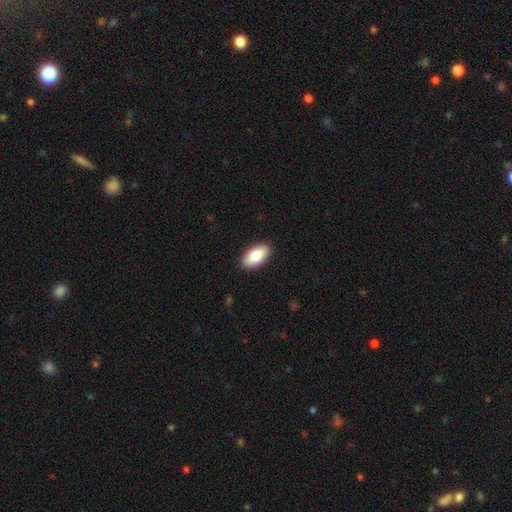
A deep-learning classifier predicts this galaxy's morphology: smooth-or-featured: smooth: 82% | featured or disk: 12% | star or artifact: 6%
  how-rounded: in between: 93% | cigar-shaped: 4% | round: 3%
  merging: none: 90% | minor disturbance: 7% | major disturbance: 2% | merger: 1%